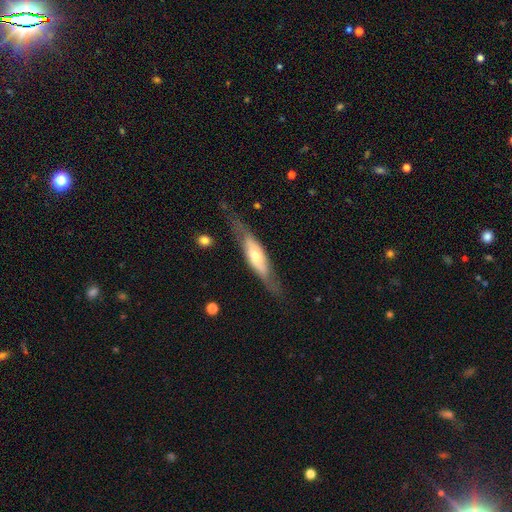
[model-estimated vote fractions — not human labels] The model was most divided on "edge-on disk": yes: 59%, no: 41%. More confident: merging — none (70%); smooth or featured — featured or disk (58%).